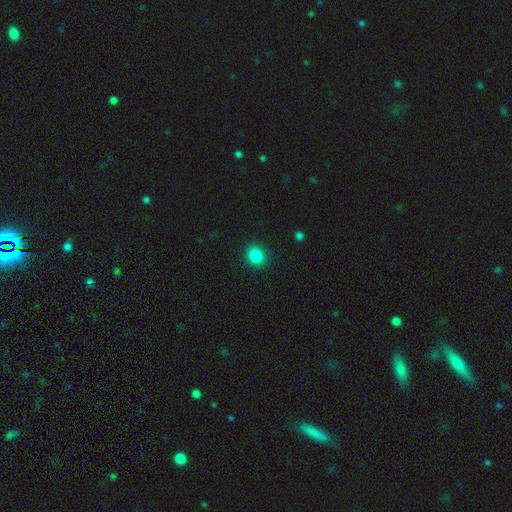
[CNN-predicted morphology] type=smooth (85%); roundness=round (65%); merging=none (90%).